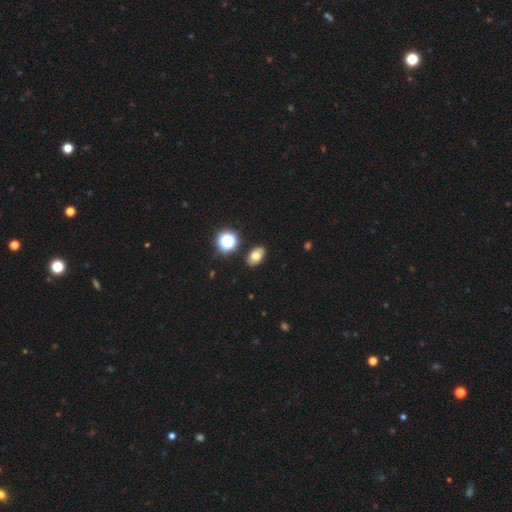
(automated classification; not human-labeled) Smooth or featured: smooth — 70% (featured or disk — 16%)
How rounded: in between — 86% (round — 12%)
Merging: none — 84% (minor disturbance — 11%)